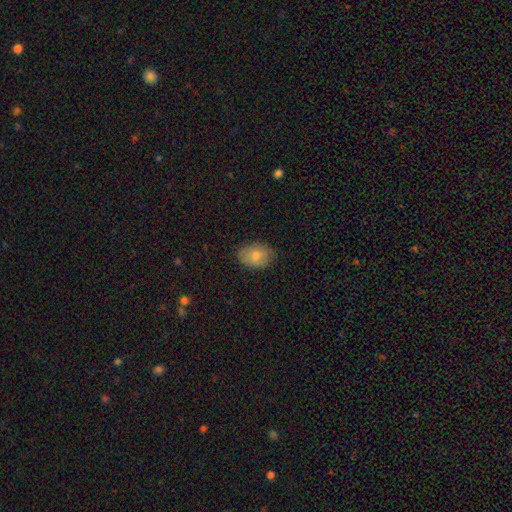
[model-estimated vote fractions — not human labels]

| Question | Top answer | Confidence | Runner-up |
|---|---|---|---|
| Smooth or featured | smooth | 75% | featured or disk (16%) |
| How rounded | in between | 78% | round (21%) |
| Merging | none | 84% | minor disturbance (12%) |